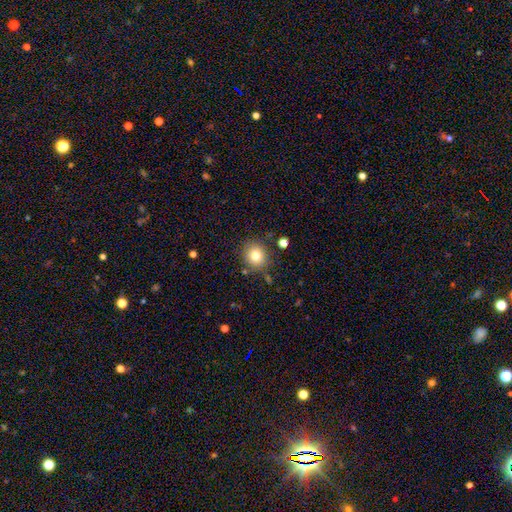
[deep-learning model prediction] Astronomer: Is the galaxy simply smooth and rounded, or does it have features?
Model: smooth — 79%.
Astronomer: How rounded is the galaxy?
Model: round — 87%.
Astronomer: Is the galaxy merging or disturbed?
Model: none — 83%.